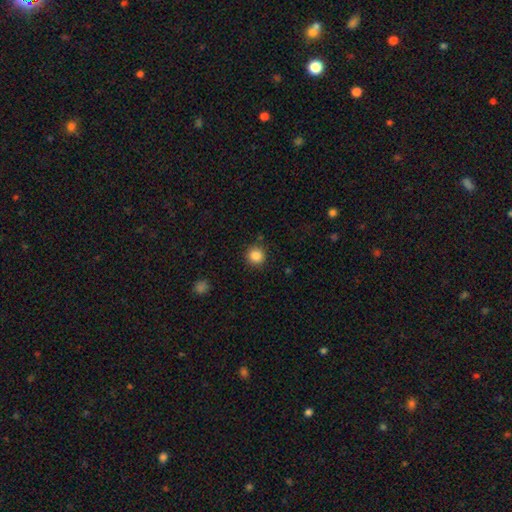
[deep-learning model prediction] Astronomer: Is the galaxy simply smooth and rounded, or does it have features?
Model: smooth — 87%.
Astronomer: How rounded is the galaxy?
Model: round — 93%.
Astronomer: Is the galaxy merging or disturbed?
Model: none — 88%.